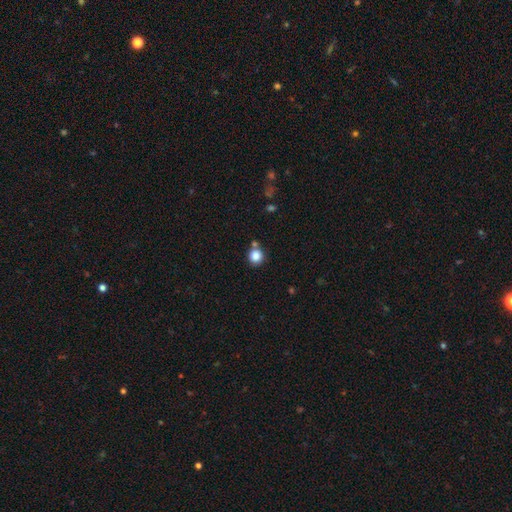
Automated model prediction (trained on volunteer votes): Smooth or featured?
  - smooth: 85% *
  - star or artifact: 11%
  - featured or disk: 4%
How rounded?
  - round: 91% *
  - in between: 8%
  - cigar-shaped: 1%
Merging?
  - none: 72% *
  - merger: 15%
  - minor disturbance: 10%
  - major disturbance: 3%